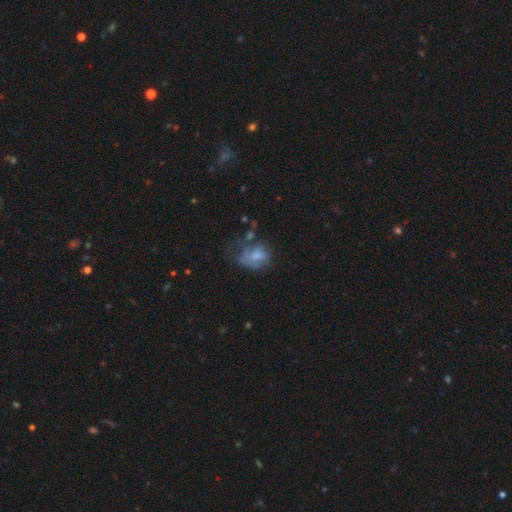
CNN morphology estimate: The model was most divided on "smooth or featured": smooth: 50%, featured or disk: 37%, star or artifact: 13%. Remaining: merging — major disturbance (42%).